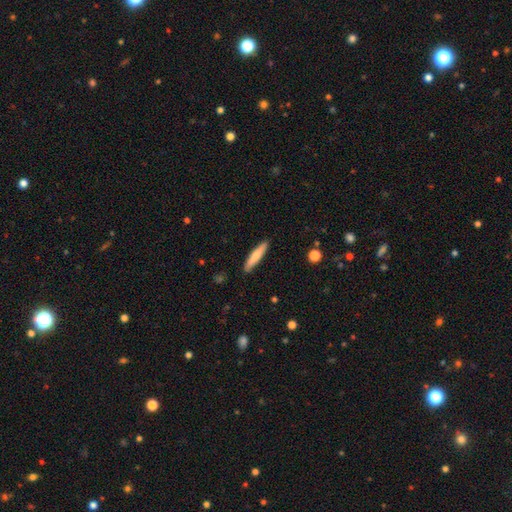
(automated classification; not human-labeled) Morphology: type=smooth (74%); roundness=cigar-shaped (88%); merging=none (89%).